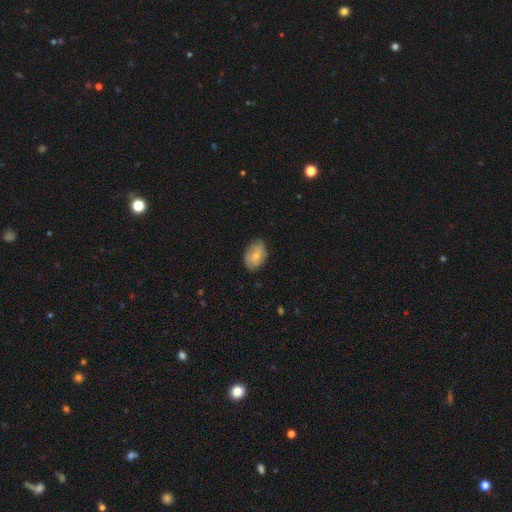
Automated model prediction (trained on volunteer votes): Smooth or featured? smooth (71%)
How rounded? in between (85%)
Merging? none (76%)